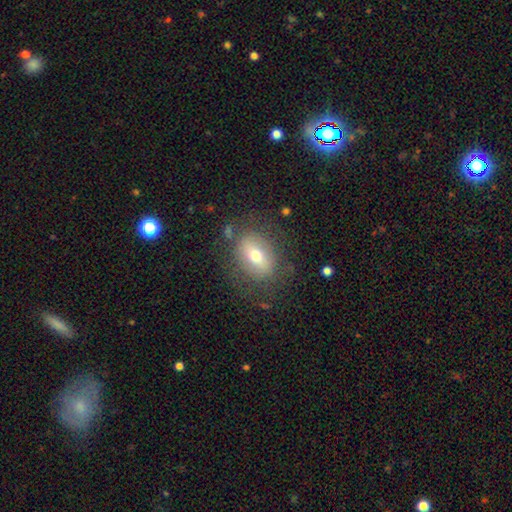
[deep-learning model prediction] A smooth galaxy with no disk features (58%) that is in between round and cigar-shaped (69%). Merging: none (77%).